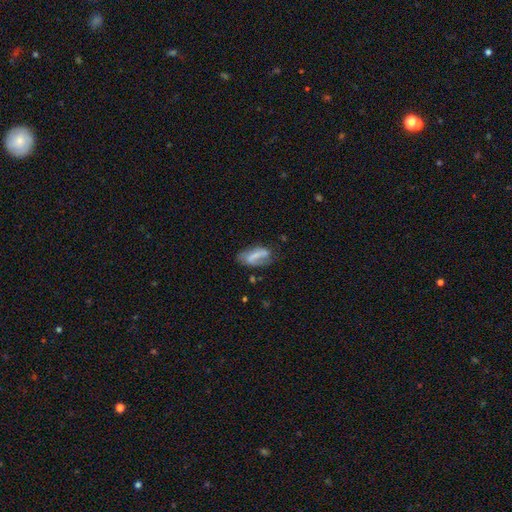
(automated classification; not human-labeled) Smooth or featured: featured or disk — 49% (smooth — 43%)
Merging: none — 49% (minor disturbance — 28%)